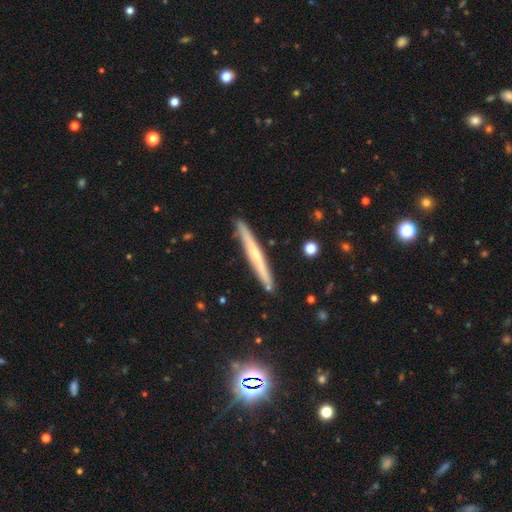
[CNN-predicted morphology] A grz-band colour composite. It shows a featured or disk galaxy (52%) viewed edge-on (96%). Merging: none (90%).